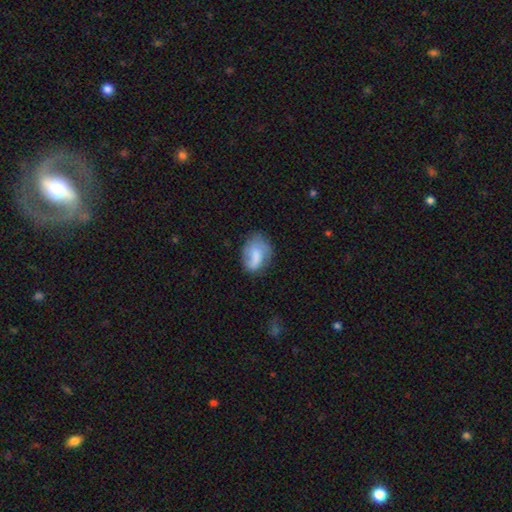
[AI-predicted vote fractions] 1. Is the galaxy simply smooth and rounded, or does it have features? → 59% smooth, 33% featured or disk, 8% star or artifact.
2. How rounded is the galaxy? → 78% in between, 20% round, 2% cigar-shaped.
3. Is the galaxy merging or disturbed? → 54% none, 28% minor disturbance, 16% major disturbance, 2% merger.